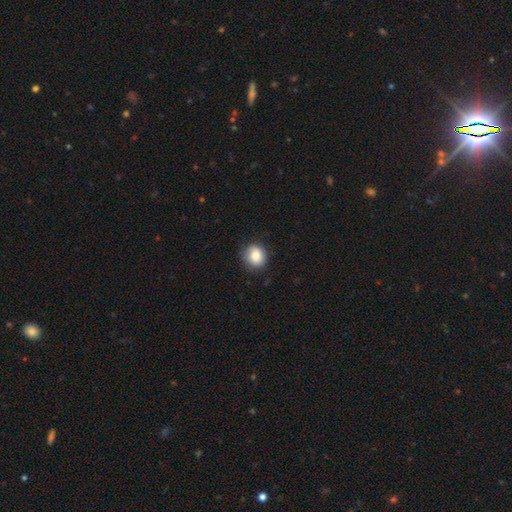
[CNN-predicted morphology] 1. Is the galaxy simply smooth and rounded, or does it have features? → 86% smooth, 8% star or artifact, 6% featured or disk.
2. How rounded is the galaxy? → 79% round, 20% in between, 1% cigar-shaped.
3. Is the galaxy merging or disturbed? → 81% none, 15% minor disturbance, 3% major disturbance, 1% merger.